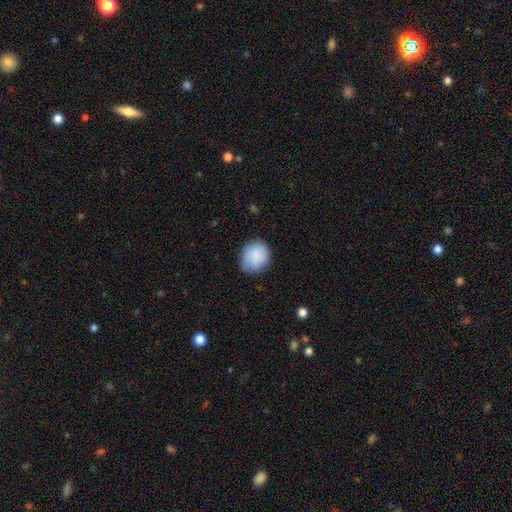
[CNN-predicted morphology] Smooth or featured? Predicted: smooth (p=0.84). How rounded? Predicted: round (p=0.68). Merging? Predicted: none (p=0.72).